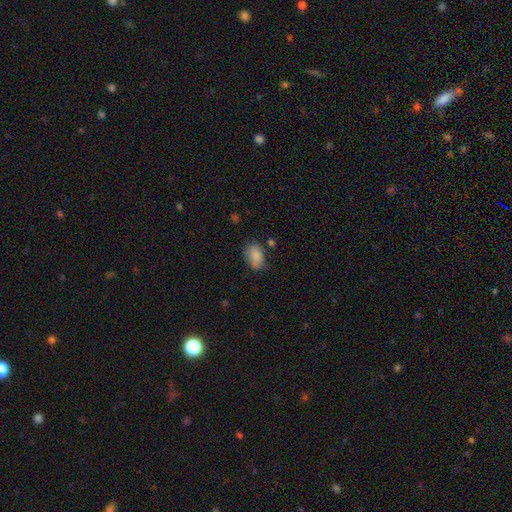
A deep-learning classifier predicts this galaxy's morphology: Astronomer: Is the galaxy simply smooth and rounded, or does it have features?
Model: smooth — 84%.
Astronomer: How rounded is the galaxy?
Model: in between — 85%.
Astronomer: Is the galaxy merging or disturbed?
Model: none — 62%.